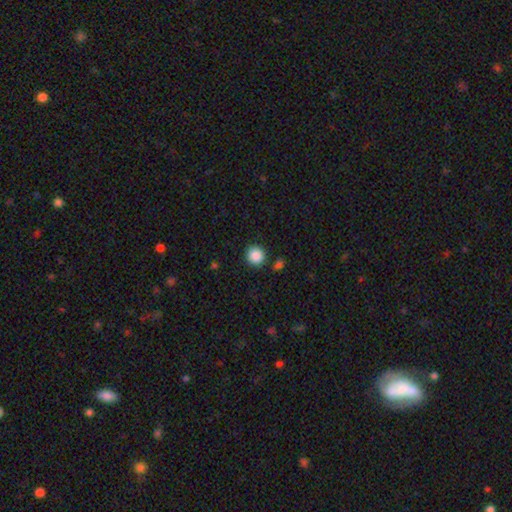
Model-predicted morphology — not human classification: Smooth or featured?
  - smooth: 88% *
  - star or artifact: 9%
  - featured or disk: 3%
How rounded?
  - round: 94% *
  - in between: 5%
  - cigar-shaped: 1%
Merging?
  - none: 89% *
  - minor disturbance: 6%
  - merger: 3%
  - major disturbance: 2%